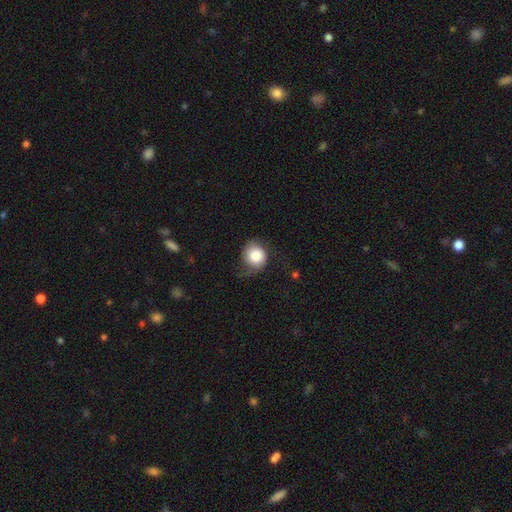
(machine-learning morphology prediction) smooth_or_featured: smooth (p=0.78) [alt: featured or disk p=0.14]
how_rounded: round (p=0.77) [alt: in between p=0.22]
merging: none (p=0.48) [alt: minor disturbance p=0.33]